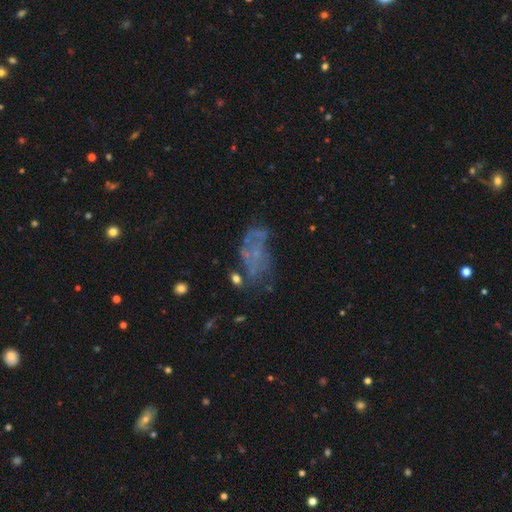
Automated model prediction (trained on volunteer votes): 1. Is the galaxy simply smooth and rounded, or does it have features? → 47% featured or disk, 32% smooth, 21% star or artifact.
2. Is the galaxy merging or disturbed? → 42% none, 28% major disturbance, 22% minor disturbance, 8% merger.